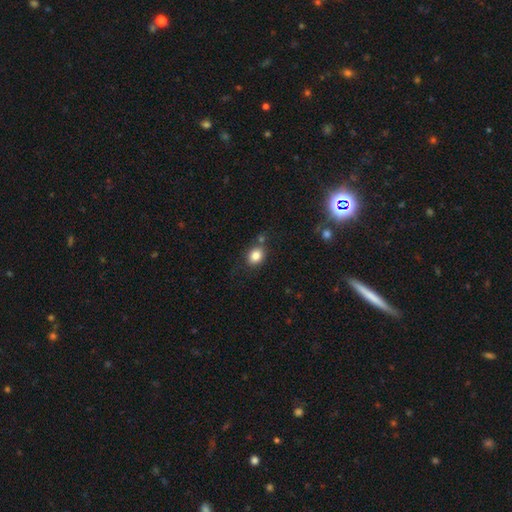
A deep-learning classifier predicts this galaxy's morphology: This appears to be a smooth galaxy with no disk features (83%) that is in between round and cigar-shaped (51%). Merging: none (71%).